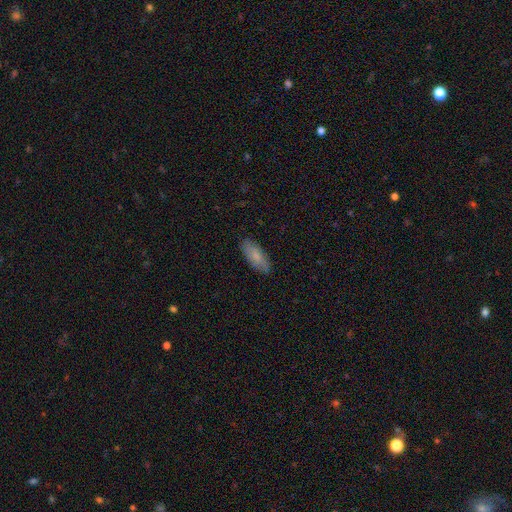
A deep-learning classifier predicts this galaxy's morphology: smooth-or-featured: smooth: 77% | featured or disk: 17% | star or artifact: 6%
  how-rounded: in between: 77% | cigar-shaped: 21% | round: 2%
  merging: none: 85% | minor disturbance: 12% | major disturbance: 2% | merger: 1%